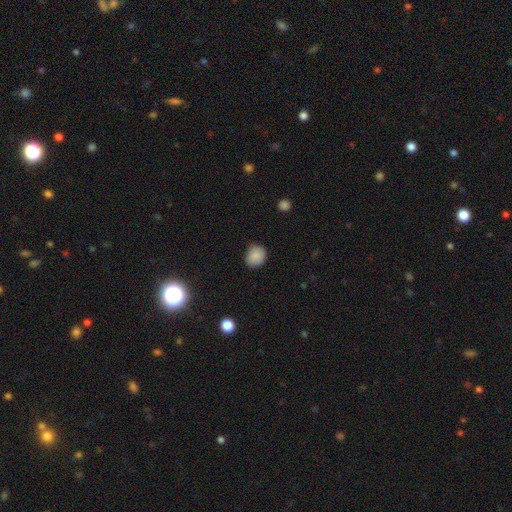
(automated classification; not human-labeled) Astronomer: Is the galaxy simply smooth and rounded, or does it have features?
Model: smooth — 86%.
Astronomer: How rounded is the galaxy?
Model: round — 70%.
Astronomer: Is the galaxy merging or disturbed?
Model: none — 84%.